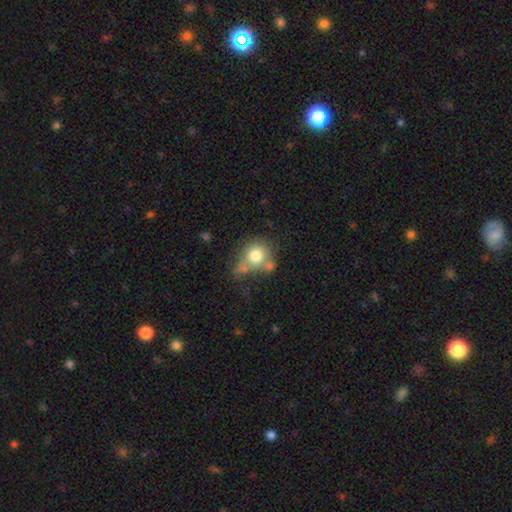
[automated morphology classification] type=smooth (72%); roundness=round (76%); merging=none (37%).